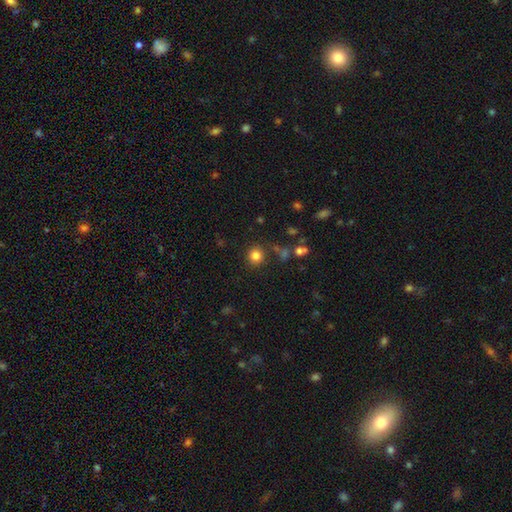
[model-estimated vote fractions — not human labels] smooth_or_featured: smooth (p=0.82) [alt: star or artifact p=0.13]
how_rounded: round (p=0.92) [alt: in between p=0.07]
merging: none (p=0.84) [alt: minor disturbance p=0.08]